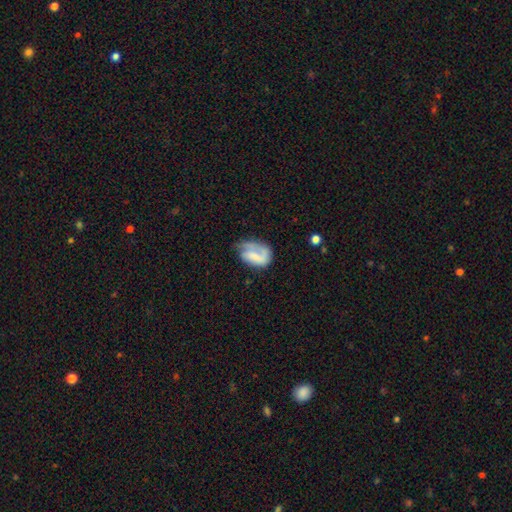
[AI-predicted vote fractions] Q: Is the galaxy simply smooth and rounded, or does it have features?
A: featured or disk — 53%.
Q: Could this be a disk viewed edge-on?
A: no — 97%.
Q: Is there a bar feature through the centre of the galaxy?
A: no — 47%.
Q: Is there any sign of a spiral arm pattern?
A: yes — 79%.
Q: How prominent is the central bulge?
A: none — 44%.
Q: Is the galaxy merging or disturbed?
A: none — 40%.